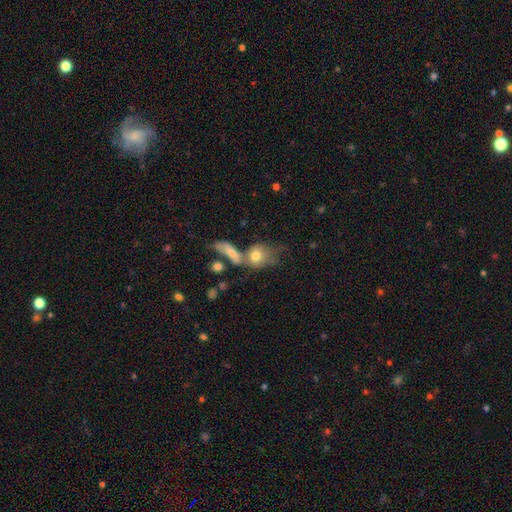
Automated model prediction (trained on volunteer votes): Smooth or featured? smooth (69%)
How rounded? in between (51%)
Merging? merger (52%)